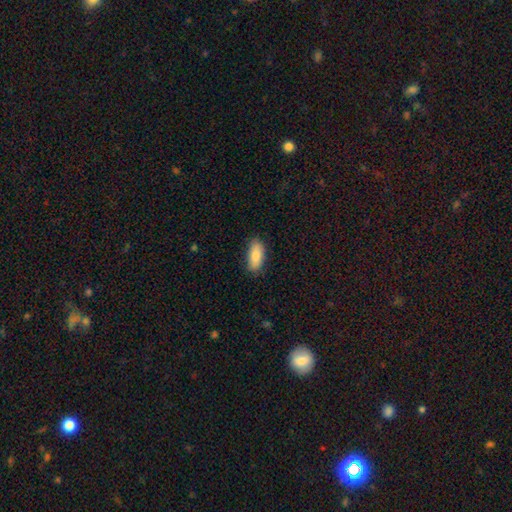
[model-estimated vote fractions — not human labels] The model was most divided on "how rounded": in between: 84%, cigar-shaped: 14%, round: 2%. More confident: smooth or featured — smooth (84%); merging — none (83%).